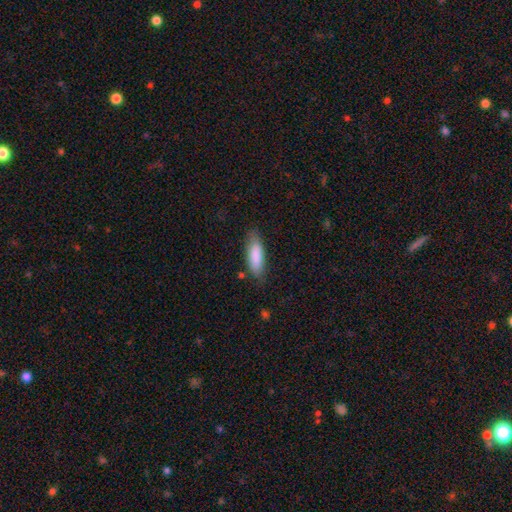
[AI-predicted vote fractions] Smooth or featured? smooth (85%)
How rounded? in between (57%)
Merging? none (76%)